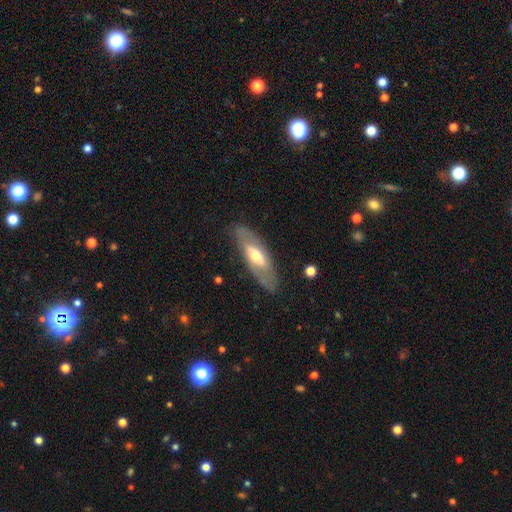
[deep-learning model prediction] Overall: featured or disk (57%; smooth 37%). Edge-on disk: no (70%). Merging: none (81%).